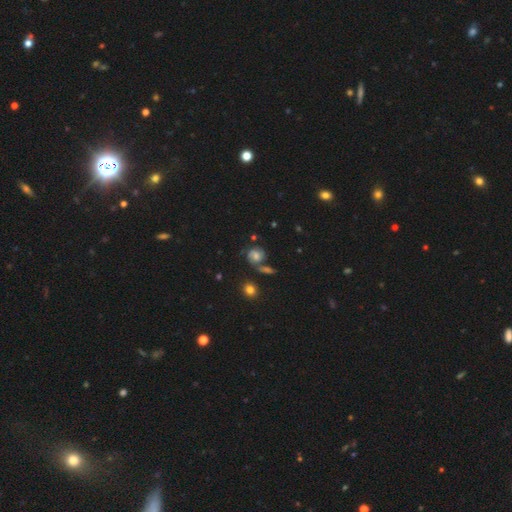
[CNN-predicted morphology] This is possibly a featured or disk galaxy (59%). It is clearly not viewed edge-on (97%). Bar: likely no (63%). Spiral arm pattern: clearly yes (89%). Spiral arm count: likely 2 (70%). Spiral winding: marginally medium (45%). Central bulge: possibly moderate (50%). Merging: likely none (61%).